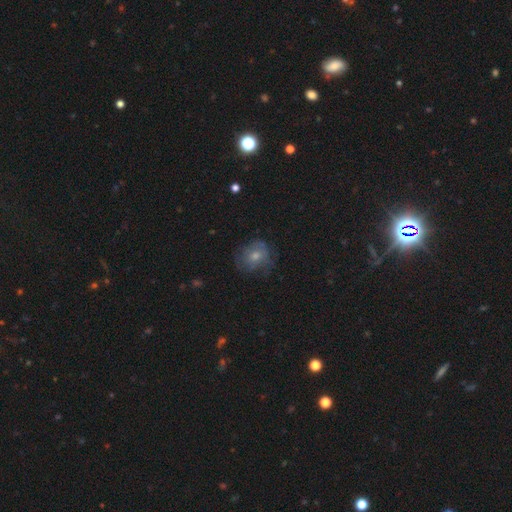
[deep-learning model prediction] A smooth galaxy with no disk features (55%) that is round (68%). Merging: none (60%).